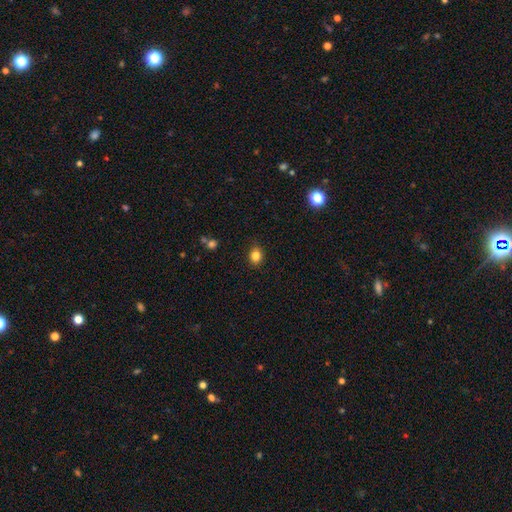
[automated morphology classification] Smooth or featured?
  - smooth: 83% *
  - star or artifact: 12%
  - featured or disk: 5%
How rounded?
  - round: 64% *
  - in between: 35%
  - cigar-shaped: 1%
Merging?
  - none: 85% *
  - minor disturbance: 11%
  - major disturbance: 2%
  - merger: 1%